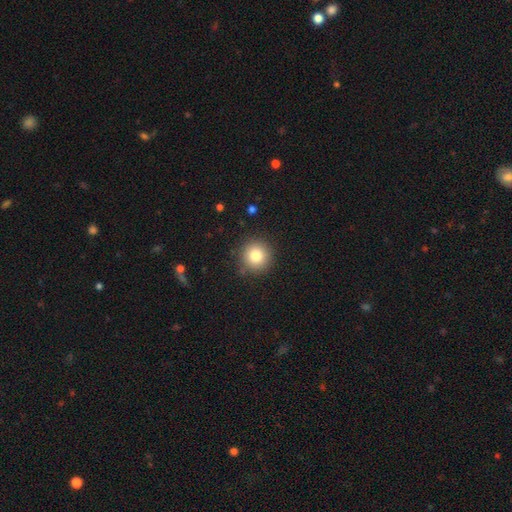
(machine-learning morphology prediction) Smooth or featured: smooth — 82% (star or artifact — 11%)
How rounded: round — 94% (in between — 5%)
Merging: none — 88% (minor disturbance — 8%)